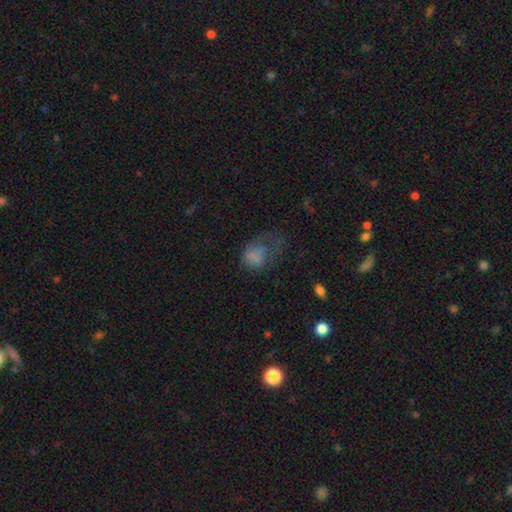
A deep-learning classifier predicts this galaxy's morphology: Smooth or featured? Predicted: smooth (p=0.63). How rounded? Predicted: in between (p=0.67). Merging? Predicted: major disturbance (p=0.57).